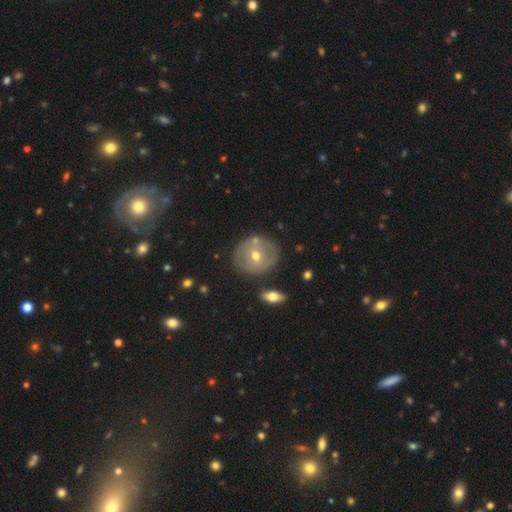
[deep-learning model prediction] A featured or disk galaxy (52%). Merging: none (77%).